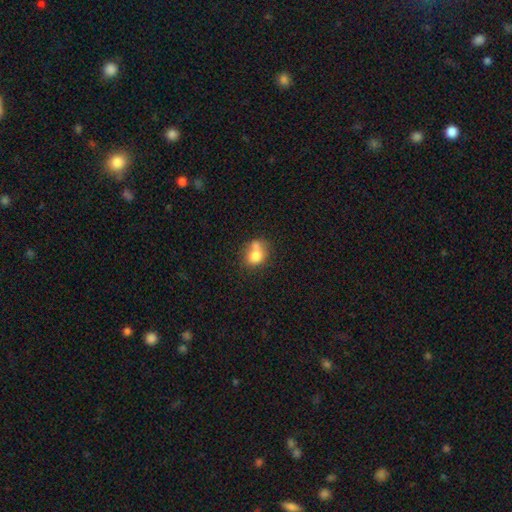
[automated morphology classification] A smooth galaxy with no disk features (74%) that is round (55%).

Vote fractions:
- Smooth or featured? smooth: 74% / featured or disk: 16% / star or artifact: 10%
- How rounded? round: 55% / in between: 44% / cigar-shaped: 1%
- Merging? merger: 46% / none: 34% / minor disturbance: 14% / major disturbance: 6%